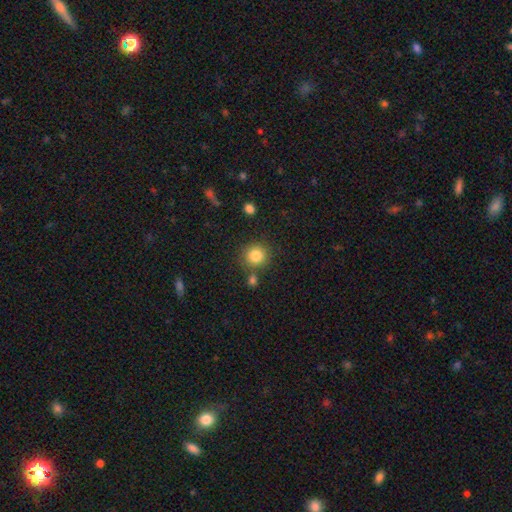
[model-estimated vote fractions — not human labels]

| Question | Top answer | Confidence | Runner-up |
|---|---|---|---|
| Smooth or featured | smooth | 83% | star or artifact (10%) |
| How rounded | round | 91% | in between (8%) |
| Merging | none | 79% | merger (9%) |